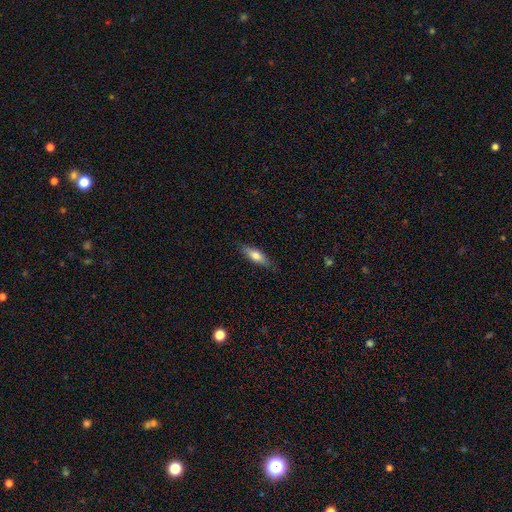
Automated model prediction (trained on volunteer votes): Smooth or featured? smooth (69%)
How rounded? cigar-shaped (49%, tied with in between)
Merging? none (84%)